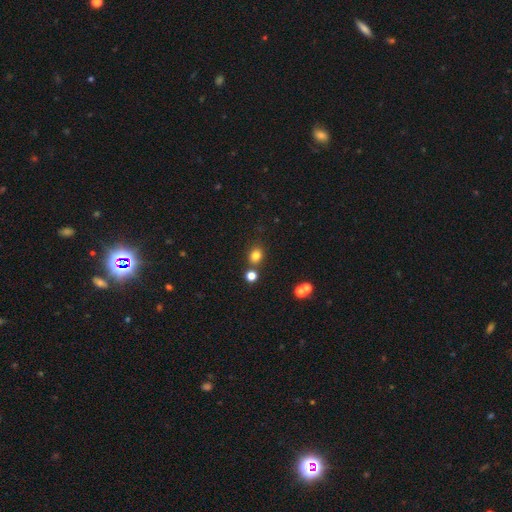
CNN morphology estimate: Q: Smooth or featured?
A: smooth (79%); runner-up: star or artifact (15%)
Q: How rounded?
A: round (69%); runner-up: in between (30%)
Q: Merging?
A: none (75%); runner-up: merger (13%)